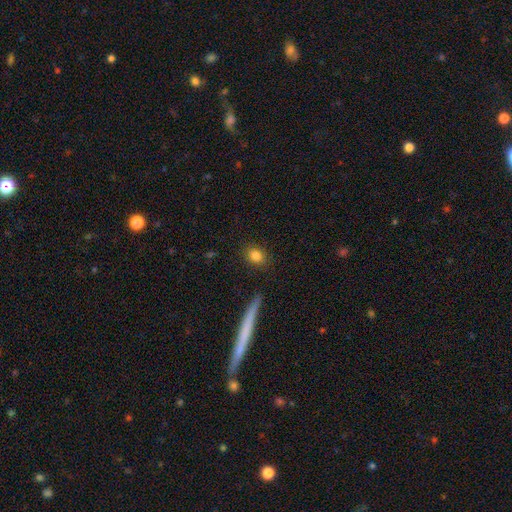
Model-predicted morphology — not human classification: Smooth or featured? smooth (83%)
How rounded? in between (51%)
Merging? none (88%)